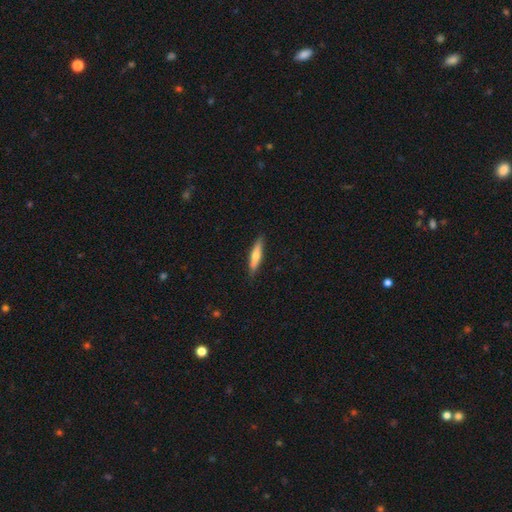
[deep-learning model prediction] Morphology: type=smooth (57%); roundness=cigar-shaped (84%); merging=none (88%).